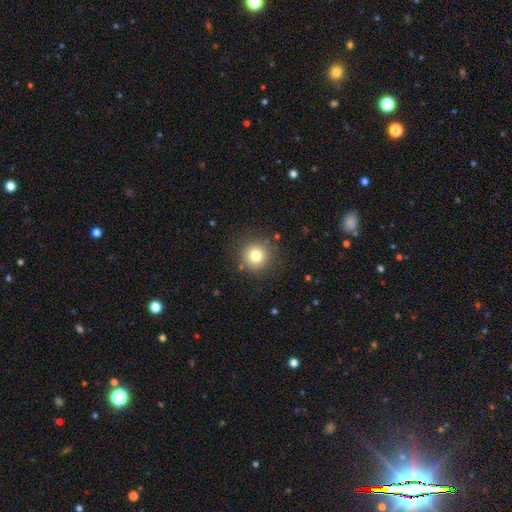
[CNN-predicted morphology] type=smooth (79%); roundness=round (94%); merging=none (87%).